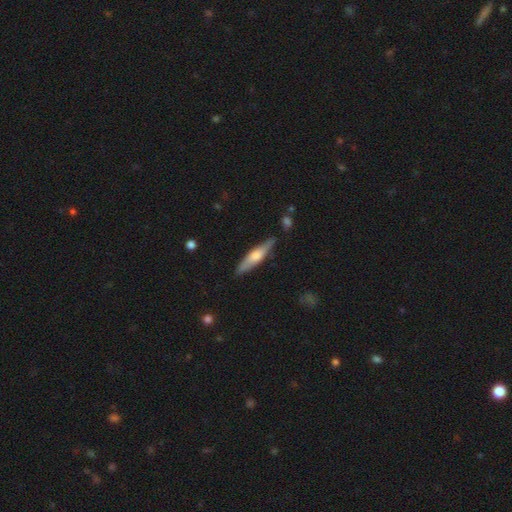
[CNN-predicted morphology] A smooth galaxy with no disk features (48%). Merging: none (85%).